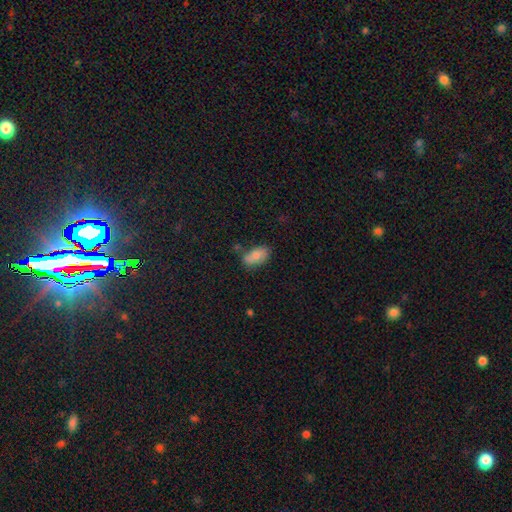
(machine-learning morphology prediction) This appears to be a smooth galaxy with no disk features (78%) that is in between round and cigar-shaped (92%). Merging: none (58%).